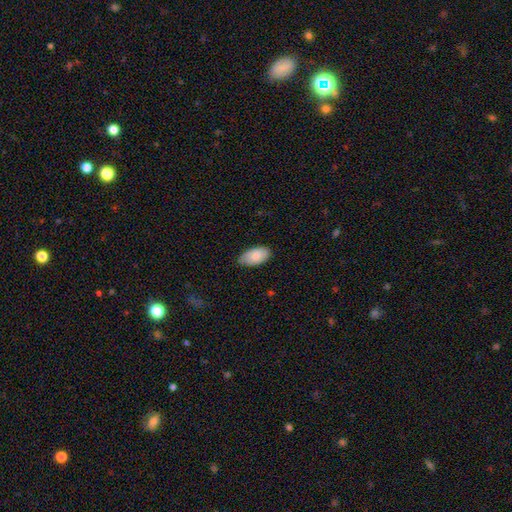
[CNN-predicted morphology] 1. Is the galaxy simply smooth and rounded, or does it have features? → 86% smooth, 8% featured or disk, 6% star or artifact.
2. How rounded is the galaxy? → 95% in between, 3% round, 2% cigar-shaped.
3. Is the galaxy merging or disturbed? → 73% none, 23% minor disturbance, 3% major disturbance, 1% merger.